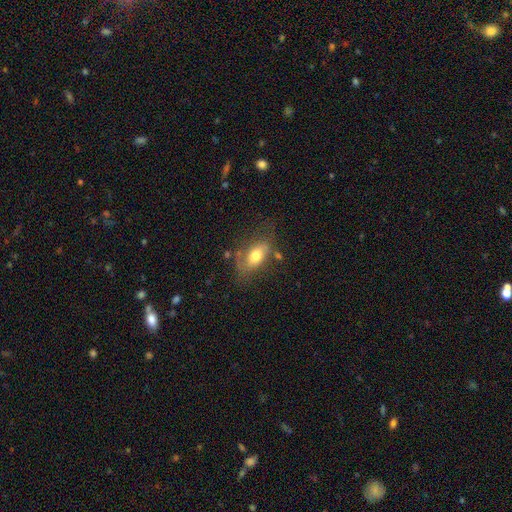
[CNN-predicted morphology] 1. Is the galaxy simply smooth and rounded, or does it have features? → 63% smooth, 29% featured or disk, 8% star or artifact.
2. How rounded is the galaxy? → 88% in between, 8% round, 5% cigar-shaped.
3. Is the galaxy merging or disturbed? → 55% none, 25% minor disturbance, 13% major disturbance, 6% merger.